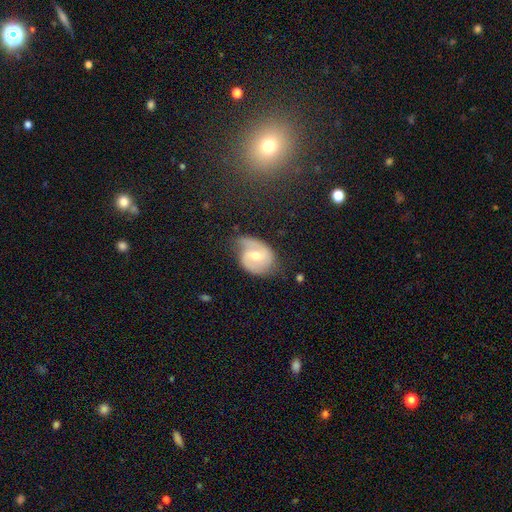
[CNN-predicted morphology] Smooth or featured? Predicted: featured or disk (p=0.77). Edge-on disk? Predicted: no (p=0.97). Bar? Predicted: weak (p=0.51). Spiral arms? Predicted: yes (p=0.92). Spiral winding? Predicted: medium (p=0.47). Spiral arm count? Predicted: 2 (p=0.76). Bulge size? Predicted: moderate (p=0.61). Merging? Predicted: none (p=0.54).